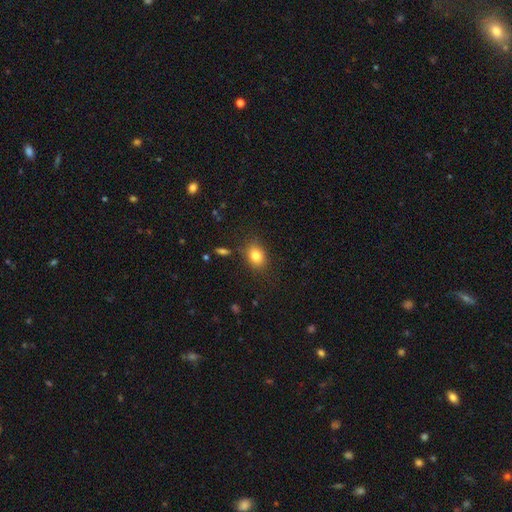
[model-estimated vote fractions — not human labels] A smooth galaxy with no disk features (81%) that is in between round and cigar-shaped (58%).

Vote fractions:
- Smooth or featured? smooth: 81% / star or artifact: 11% / featured or disk: 8%
- How rounded? in between: 58% / round: 41% / cigar-shaped: 1%
- Merging? none: 81% / minor disturbance: 13% / major disturbance: 4% / merger: 3%